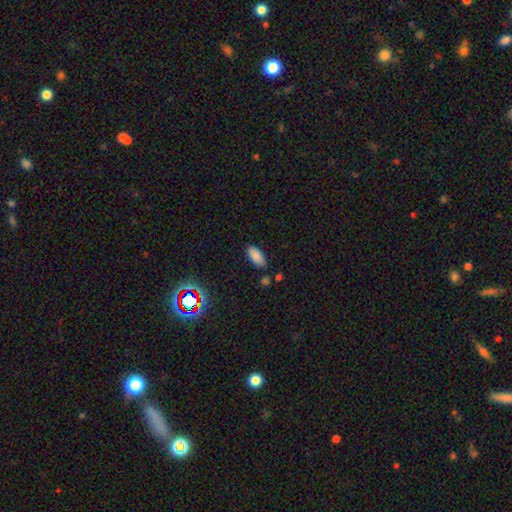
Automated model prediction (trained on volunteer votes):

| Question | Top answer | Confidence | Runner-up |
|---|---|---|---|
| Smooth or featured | smooth | 85% | star or artifact (9%) |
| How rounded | in between | 87% | cigar-shaped (11%) |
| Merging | none | 81% | minor disturbance (13%) |